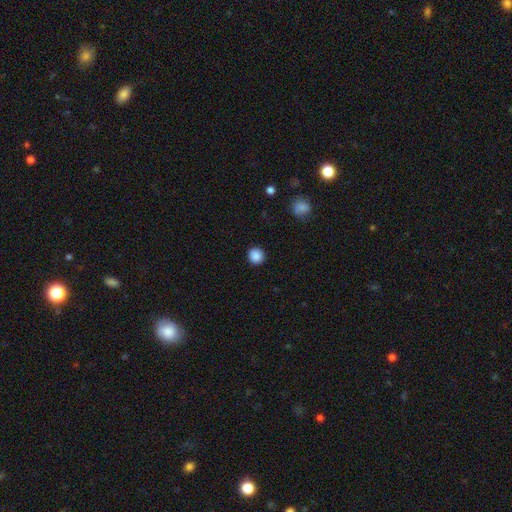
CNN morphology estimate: Q: Smooth or featured?
A: smooth (88%); runner-up: star or artifact (9%)
Q: How rounded?
A: round (94%); runner-up: in between (6%)
Q: Merging?
A: none (92%); runner-up: minor disturbance (5%)